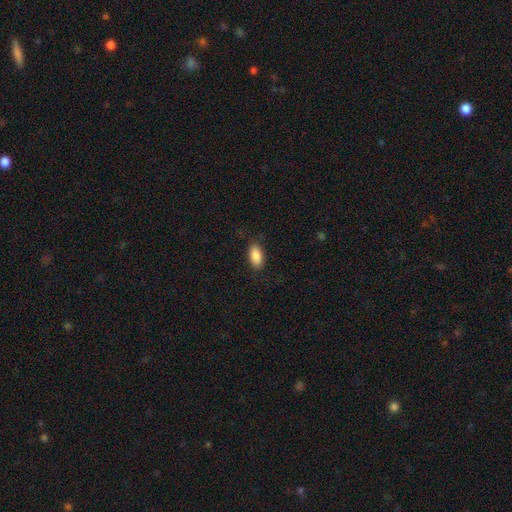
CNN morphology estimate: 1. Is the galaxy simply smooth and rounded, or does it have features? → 88% smooth, 7% star or artifact, 5% featured or disk.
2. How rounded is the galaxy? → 93% in between, 4% cigar-shaped, 3% round.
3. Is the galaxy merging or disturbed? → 86% none, 10% minor disturbance, 3% major disturbance, 1% merger.